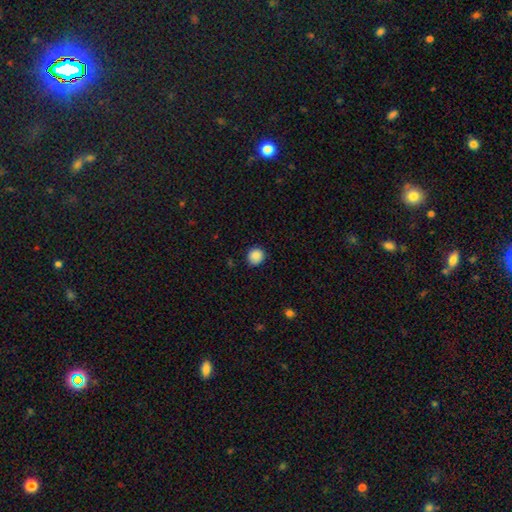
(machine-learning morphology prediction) Overall: smooth (89%). How rounded: round (88%). Merging: none (89%).